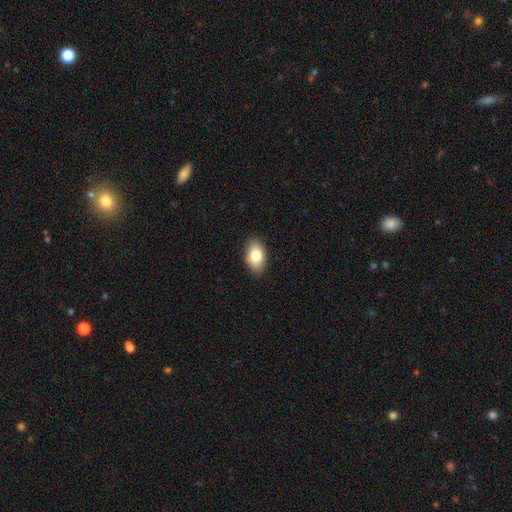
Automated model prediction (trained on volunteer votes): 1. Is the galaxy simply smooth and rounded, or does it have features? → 81% smooth, 12% featured or disk, 7% star or artifact.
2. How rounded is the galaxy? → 91% in between, 7% round, 2% cigar-shaped.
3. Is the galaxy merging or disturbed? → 88% none, 9% minor disturbance, 2% major disturbance, 1% merger.